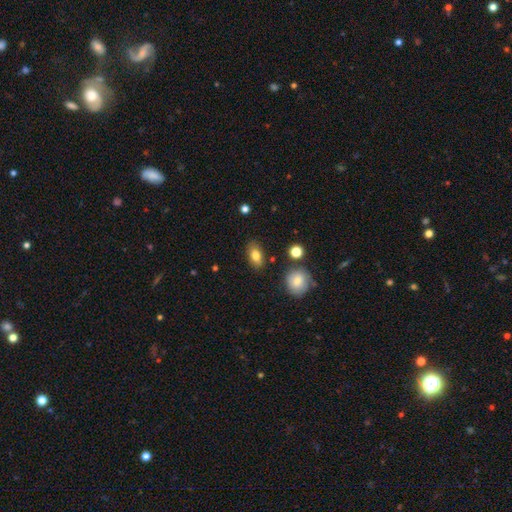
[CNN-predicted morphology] Q: Smooth or featured?
A: smooth (79%); runner-up: featured or disk (12%)
Q: How rounded?
A: in between (86%); runner-up: round (9%)
Q: Merging?
A: none (83%); runner-up: minor disturbance (11%)